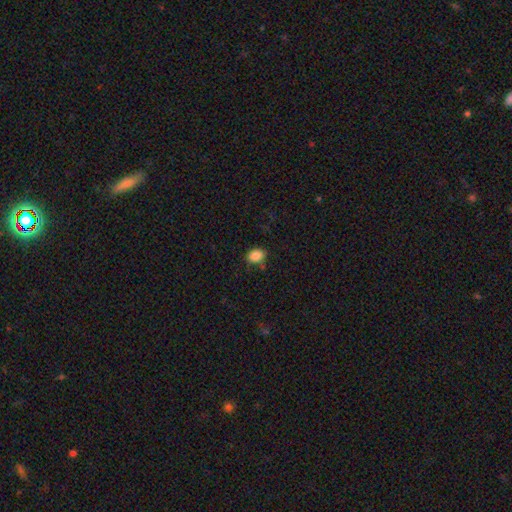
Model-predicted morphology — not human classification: Overall: smooth (86%). How rounded: in between (71%). Merging: none (80%).